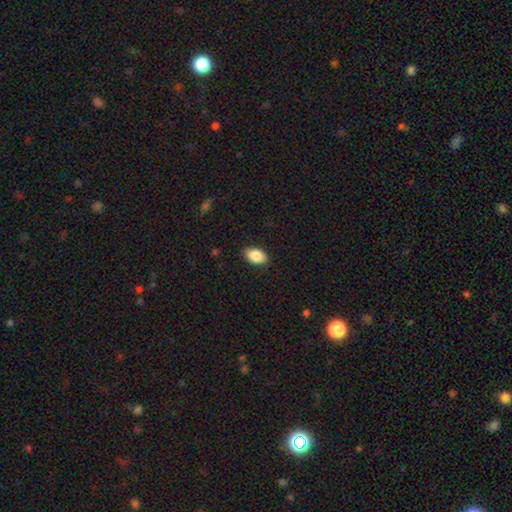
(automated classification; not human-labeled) smooth_or_featured: smooth (p=0.87) [alt: star or artifact p=0.07]
how_rounded: in between (p=0.92) [alt: round p=0.07]
merging: none (p=0.86) [alt: minor disturbance p=0.11]